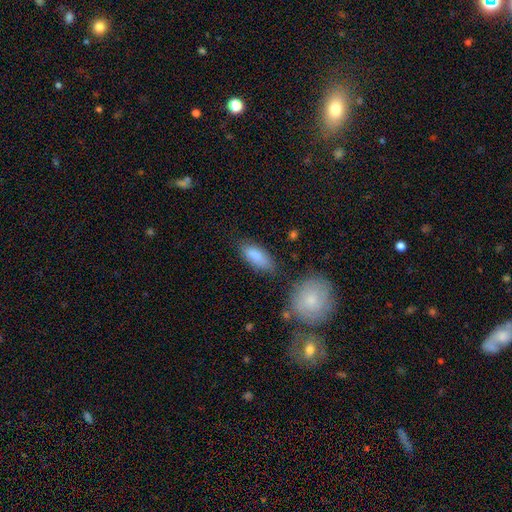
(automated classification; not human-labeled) smooth 85%, featured or disk 8%, star or artifact 7%. Down the decision tree: how rounded — in between (79%); merging — none (73%).